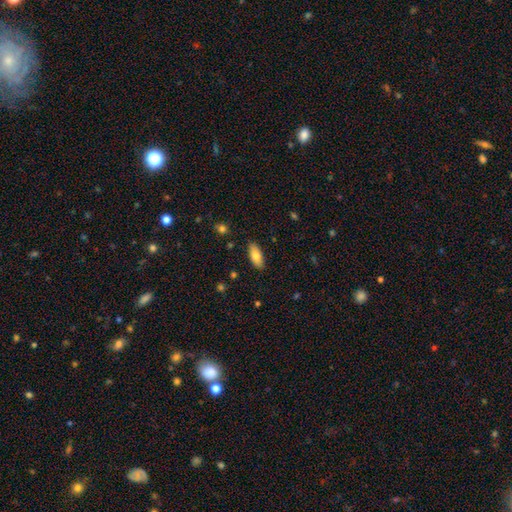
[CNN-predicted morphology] Smooth or featured: smooth — 78% (featured or disk — 16%)
How rounded: in between — 83% (cigar-shaped — 15%)
Merging: none — 87% (minor disturbance — 9%)